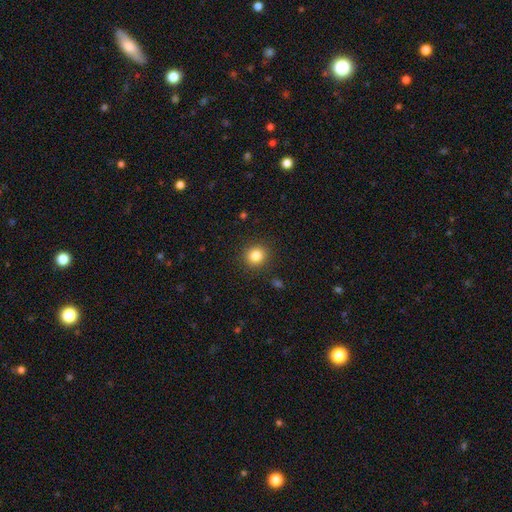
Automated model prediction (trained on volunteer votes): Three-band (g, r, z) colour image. It shows a smooth galaxy with no disk features (84%) that is round (90%). Merging: none (90%).